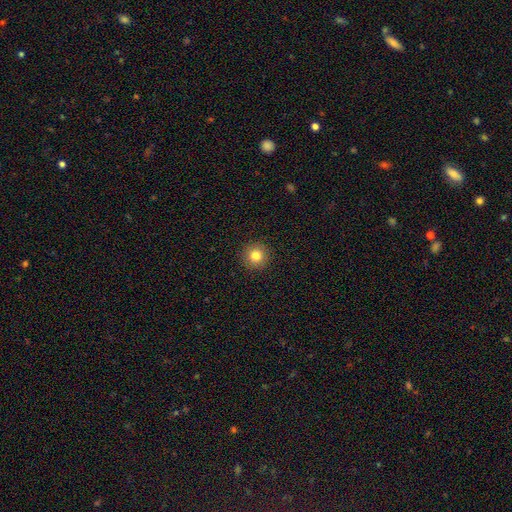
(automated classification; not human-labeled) This appears to be a smooth galaxy with no disk features (81%) that is round (95%). Merging: none (92%).